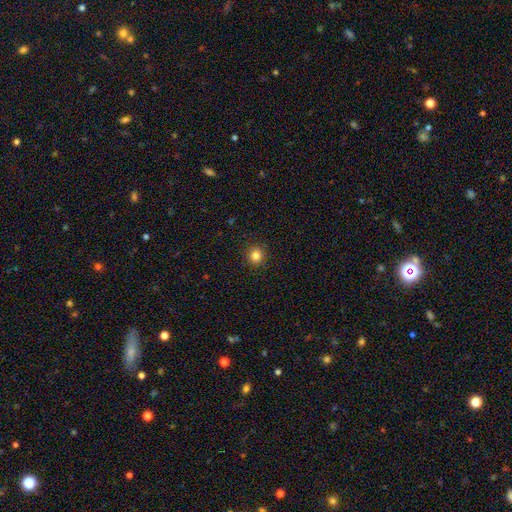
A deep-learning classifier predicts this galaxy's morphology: Smooth or featured: smooth — 82% (star or artifact — 12%)
How rounded: round — 94% (in between — 5%)
Merging: none — 92% (minor disturbance — 5%)